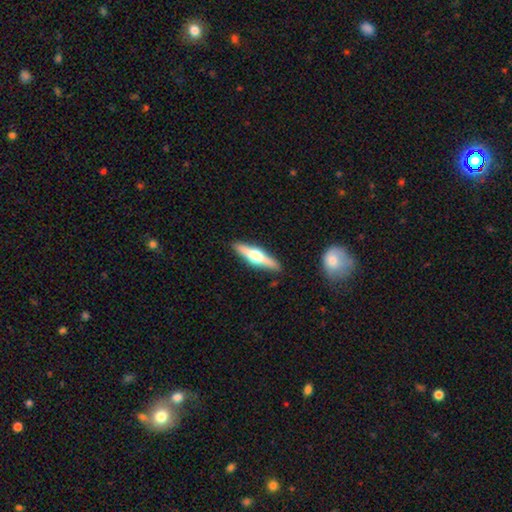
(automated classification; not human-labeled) Morphology: type=featured or disk (66%); edge-on=yes (97%); edge-on bulge=rounded (95%); merging=none (90%).